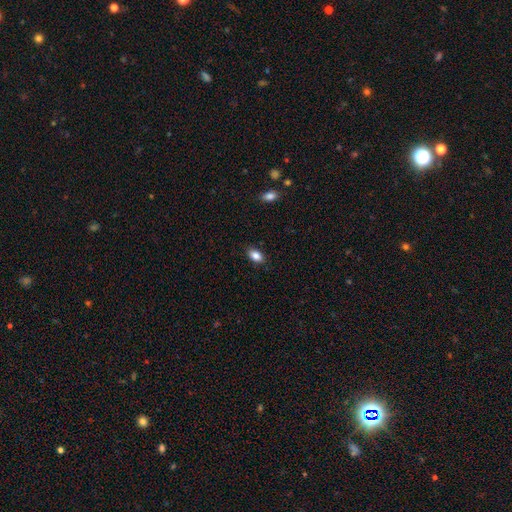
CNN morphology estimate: Q: Smooth or featured?
A: smooth (86%); runner-up: star or artifact (9%)
Q: How rounded?
A: in between (88%); runner-up: round (10%)
Q: Merging?
A: none (87%); runner-up: minor disturbance (10%)